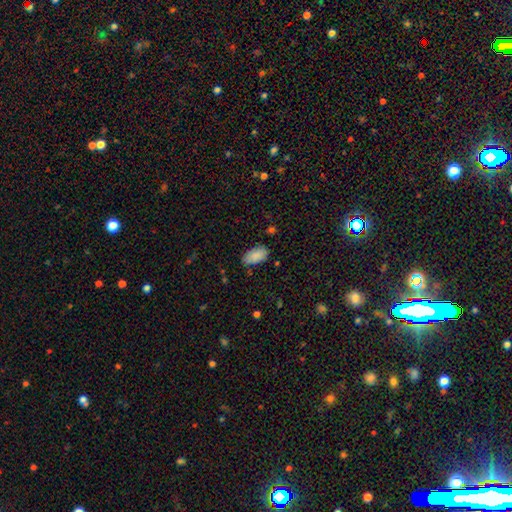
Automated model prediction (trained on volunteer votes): The model was most divided on "merging": none: 76%, minor disturbance: 18%, major disturbance: 4%, merger: 2%. More confident: how rounded — in between (95%); smooth or featured — smooth (89%).